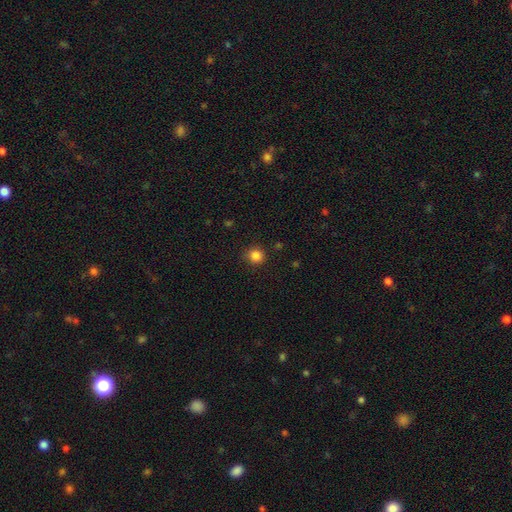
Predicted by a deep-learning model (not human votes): A smooth galaxy with no disk features (84%) that is round (92%).

Vote fractions:
- Smooth or featured? smooth: 84% / star or artifact: 12% / featured or disk: 4%
- How rounded? round: 92% / in between: 7% / cigar-shaped: 1%
- Merging? none: 87% / minor disturbance: 9% / major disturbance: 3% / merger: 1%